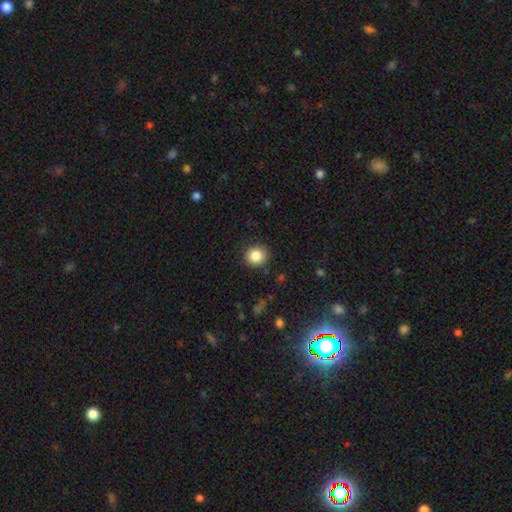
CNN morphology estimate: type=smooth (85%); roundness=round (86%); merging=none (90%).